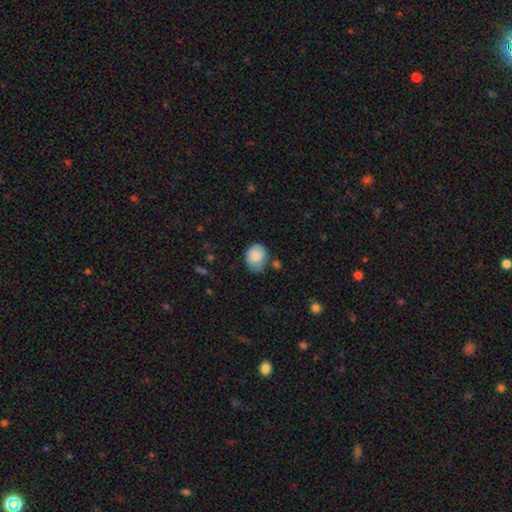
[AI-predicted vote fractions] Smooth or featured? Predicted: smooth (p=0.86). How rounded? Predicted: round (p=0.54). Merging? Predicted: none (p=0.56).